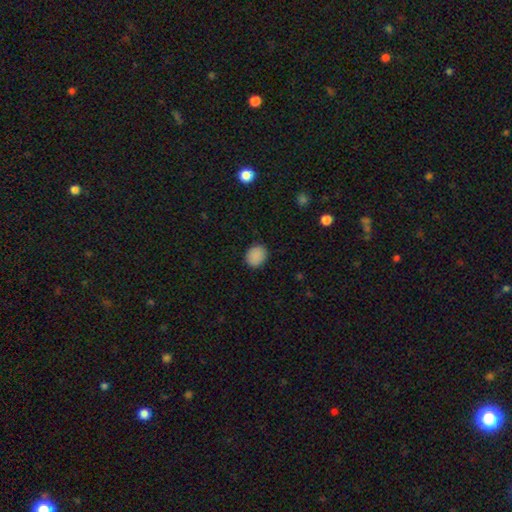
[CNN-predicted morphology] Smooth or featured? Predicted: smooth (p=0.88). How rounded? Predicted: round (p=0.63). Merging? Predicted: none (p=0.89).